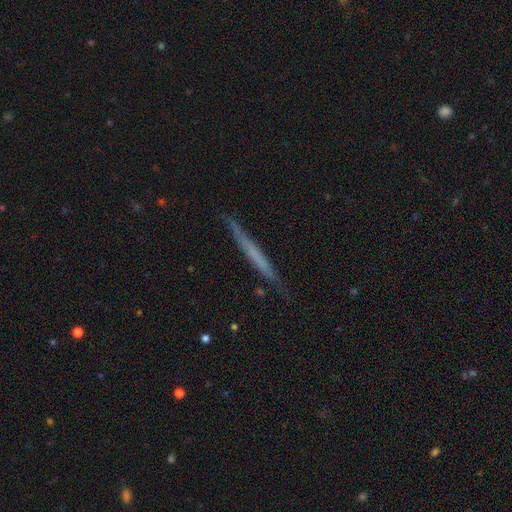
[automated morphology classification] Overall: featured or disk (49%; smooth 45%). Merging: none (83%).